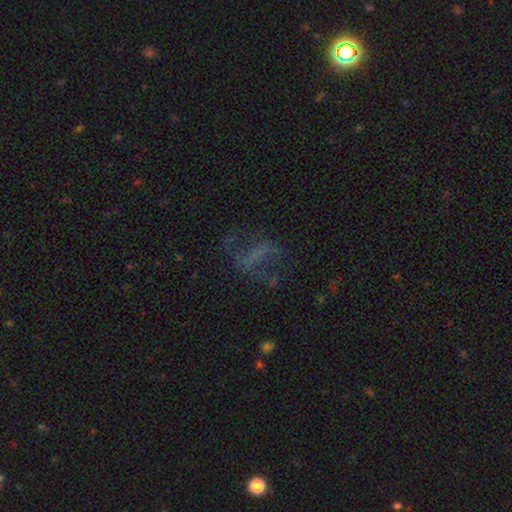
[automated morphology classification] A featured or disk galaxy (53%). Merging: none (52%).